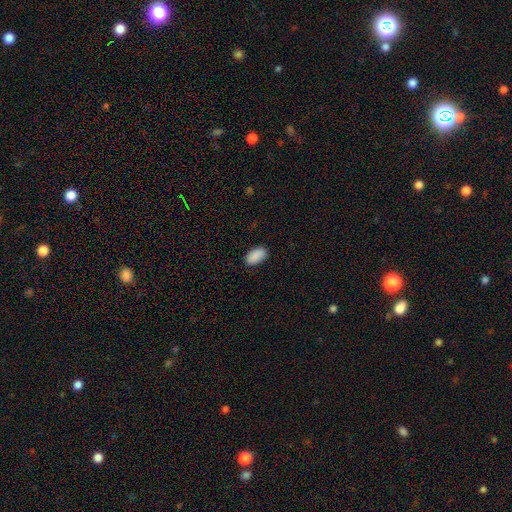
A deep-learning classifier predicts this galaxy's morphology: A smooth galaxy with no disk features (90%) that is in between round and cigar-shaped (94%). Merging: none (86%).